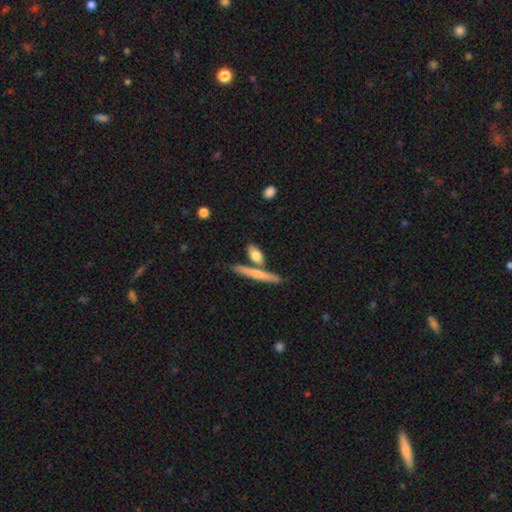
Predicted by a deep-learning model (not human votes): Q: Smooth or featured?
A: smooth (73%); runner-up: featured or disk (21%)
Q: How rounded?
A: in between (49%); runner-up: cigar-shaped (41%)
Q: Merging?
A: none (64%); runner-up: merger (20%)